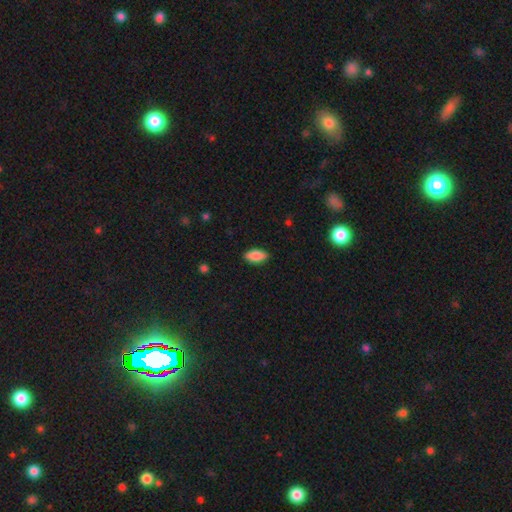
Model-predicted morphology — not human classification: Smooth or featured? smooth (83%)
How rounded? in between (87%)
Merging? none (87%)